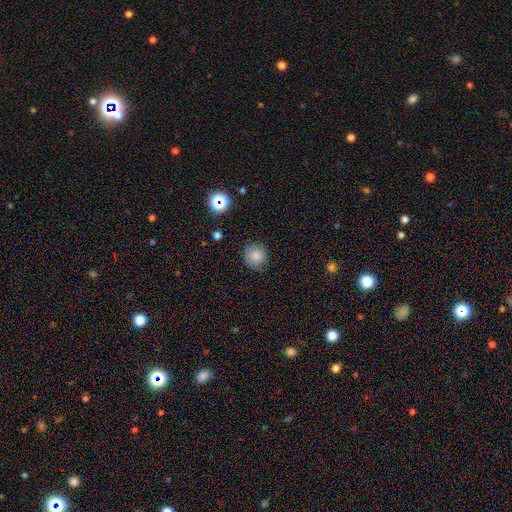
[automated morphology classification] Smooth or featured? smooth (81%)
How rounded? round (91%)
Merging? none (80%)